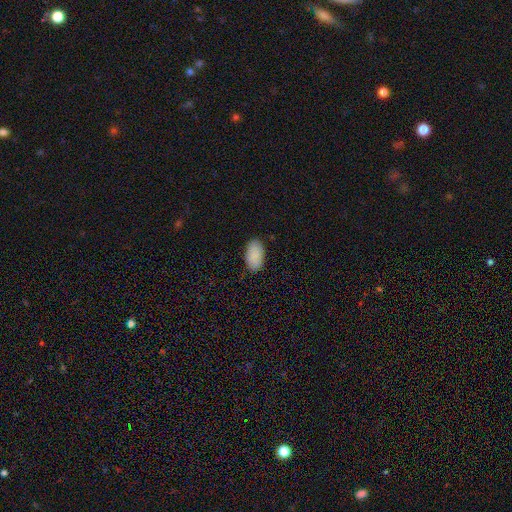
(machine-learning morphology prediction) This appears to be a smooth galaxy with no disk features (90%) that is in between round and cigar-shaped (95%). Merging: none (87%).